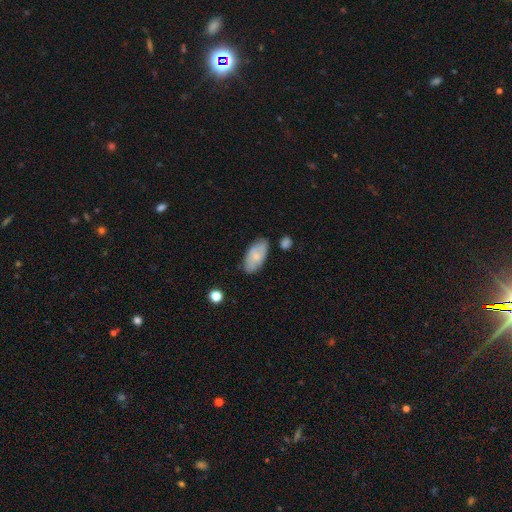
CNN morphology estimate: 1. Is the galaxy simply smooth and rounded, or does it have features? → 67% smooth, 26% featured or disk, 7% star or artifact.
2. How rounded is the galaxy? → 93% in between, 4% cigar-shaped, 3% round.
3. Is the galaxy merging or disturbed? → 72% none, 20% minor disturbance, 4% major disturbance, 4% merger.